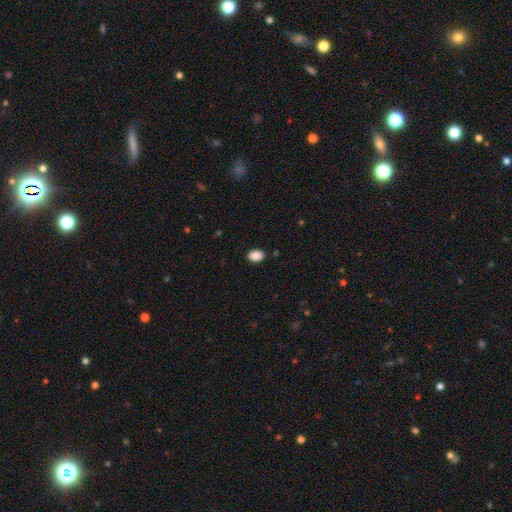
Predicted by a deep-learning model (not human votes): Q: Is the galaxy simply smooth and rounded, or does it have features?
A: smooth — 89%.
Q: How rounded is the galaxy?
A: in between — 82%.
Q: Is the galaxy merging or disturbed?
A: none — 88%.